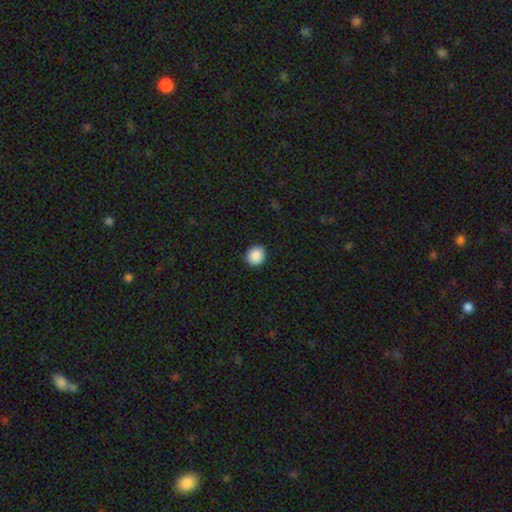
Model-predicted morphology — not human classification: type=smooth (89%); roundness=round (81%); merging=none (91%).